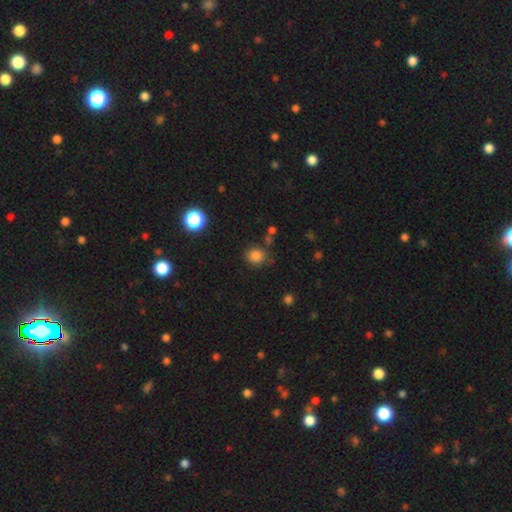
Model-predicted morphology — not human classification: This appears to be a smooth galaxy with no disk features (82%) that is round (84%). Merging: none (79%).